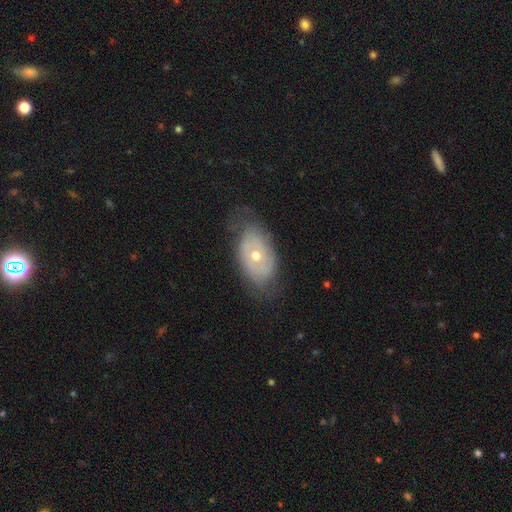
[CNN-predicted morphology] The model was most divided on "spiral arms": no: 51%, yes: 49%. More confident: edge-on disk — no (91%); bar — no (85%); merging — none (66%); smooth or featured — featured or disk (60%); bulge size — moderate (55%).